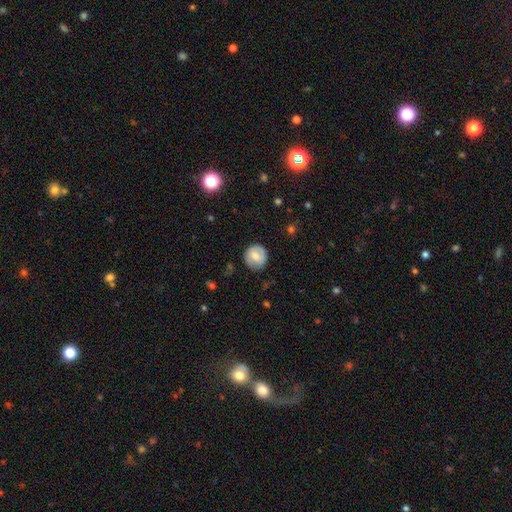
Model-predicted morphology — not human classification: smooth_or_featured: smooth (p=0.62) [alt: featured or disk p=0.31]
how_rounded: round (p=0.87) [alt: in between p=0.12]
merging: none (p=0.79) [alt: minor disturbance p=0.16]